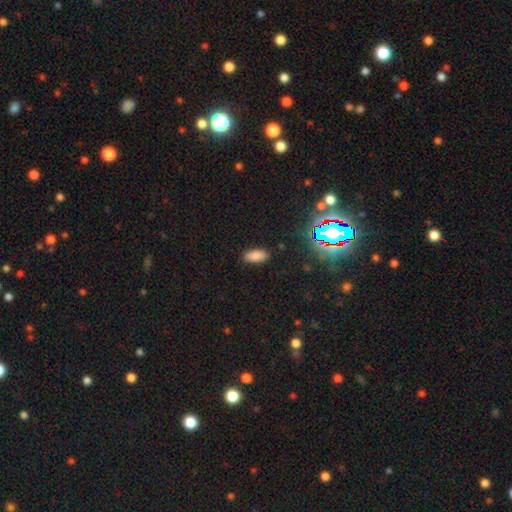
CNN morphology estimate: smooth_or_featured: smooth (p=0.80) [alt: star or artifact p=0.13]
how_rounded: in between (p=0.88) [alt: cigar-shaped p=0.09]
merging: none (p=0.87) [alt: minor disturbance p=0.09]